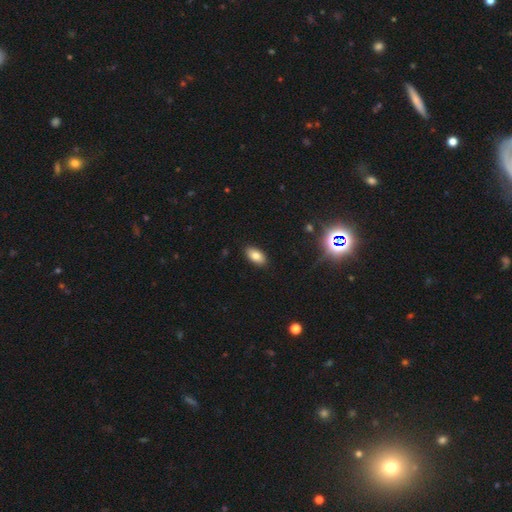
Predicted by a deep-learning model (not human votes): smooth 82%, star or artifact 10%, featured or disk 9%. Down the decision tree: how rounded — in between (93%); merging — none (88%).